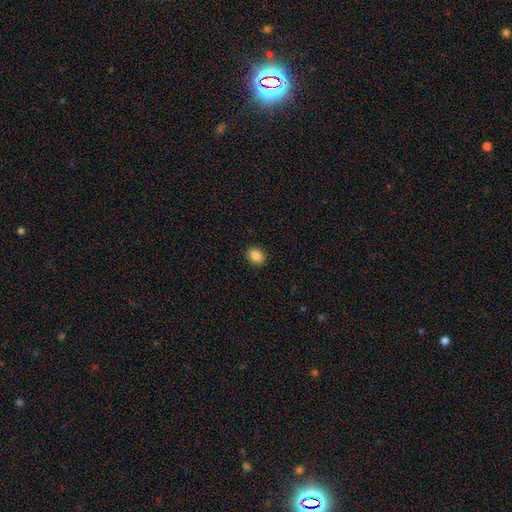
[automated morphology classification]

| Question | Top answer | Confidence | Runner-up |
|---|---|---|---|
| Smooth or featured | smooth | 86% | star or artifact (9%) |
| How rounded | in between | 61% | round (38%) |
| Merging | none | 89% | minor disturbance (8%) |